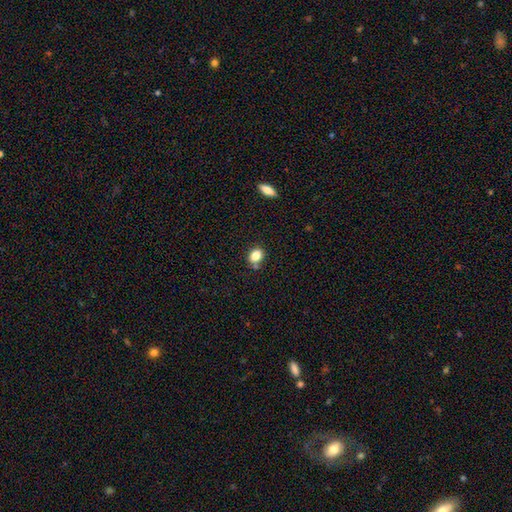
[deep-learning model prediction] This is clearly a smooth galaxy (83%). How rounded: possibly in between (60%). Merging: likely none (70%).